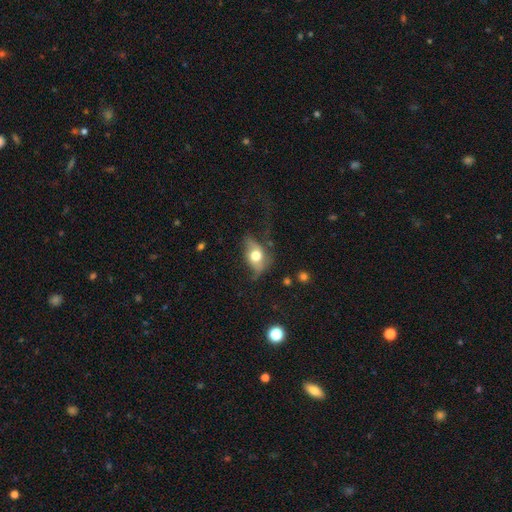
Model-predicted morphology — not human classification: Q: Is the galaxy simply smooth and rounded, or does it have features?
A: smooth — 55%.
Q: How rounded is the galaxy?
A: in between — 73%.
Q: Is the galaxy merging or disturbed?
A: none — 39%.